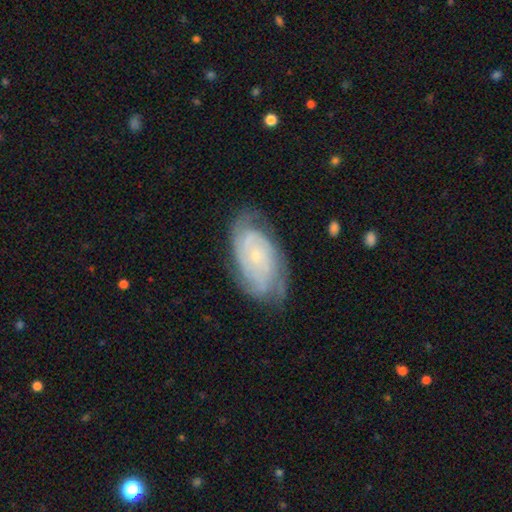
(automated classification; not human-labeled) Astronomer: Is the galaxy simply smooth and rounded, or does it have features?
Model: featured or disk — 80%.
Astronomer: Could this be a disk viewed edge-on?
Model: no — 95%.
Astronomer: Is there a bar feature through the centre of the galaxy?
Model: no — 78%.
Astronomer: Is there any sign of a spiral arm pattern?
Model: yes — 94%.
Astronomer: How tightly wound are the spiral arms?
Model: tight — 68%.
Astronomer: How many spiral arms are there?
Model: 2 — 34%, tied with can't tell at 34%.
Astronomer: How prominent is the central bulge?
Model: small — 80%.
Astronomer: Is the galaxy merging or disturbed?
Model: none — 71%.